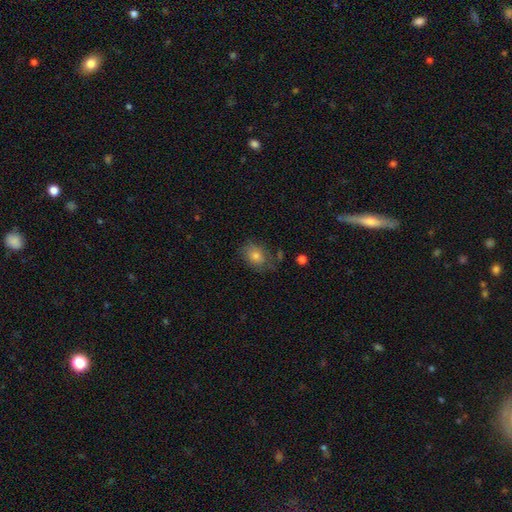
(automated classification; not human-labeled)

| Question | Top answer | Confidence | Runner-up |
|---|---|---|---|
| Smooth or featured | smooth | 70% | featured or disk (18%) |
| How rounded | in between | 66% | round (33%) |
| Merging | none | 66% | minor disturbance (23%) |